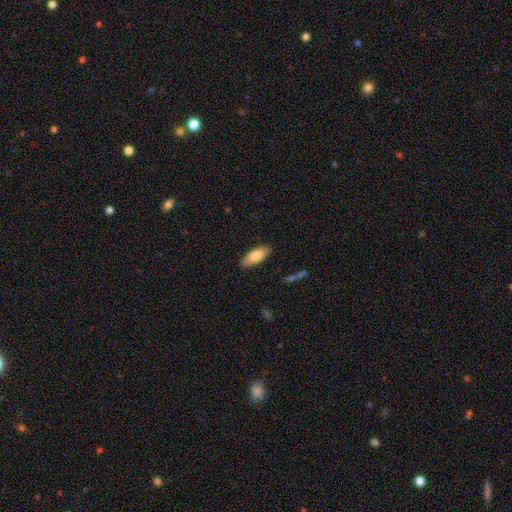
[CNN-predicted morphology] Smooth or featured?
  - smooth: 77% *
  - featured or disk: 17%
  - star or artifact: 6%
How rounded?
  - in between: 79% *
  - cigar-shaped: 19%
  - round: 2%
Merging?
  - none: 87% *
  - minor disturbance: 10%
  - major disturbance: 2%
  - merger: 1%